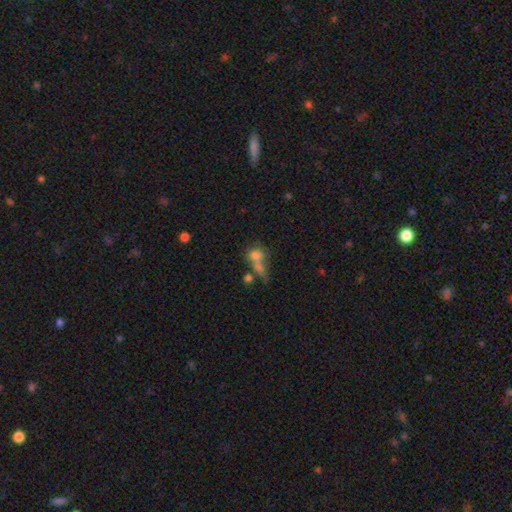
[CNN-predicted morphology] smooth_or_featured: smooth (p=0.68) [alt: featured or disk p=0.18]
how_rounded: round (p=0.52) [alt: in between p=0.43]
merging: merger (p=0.47) [alt: none p=0.26]